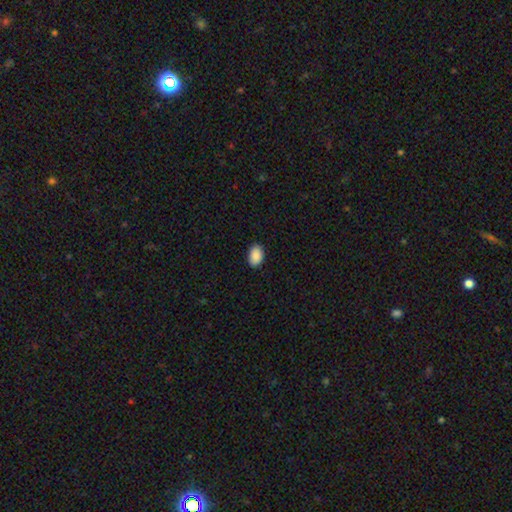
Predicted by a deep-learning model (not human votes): smooth 90%, star or artifact 7%, featured or disk 3%. Down the decision tree: how rounded — in between (88%); merging — none (89%).